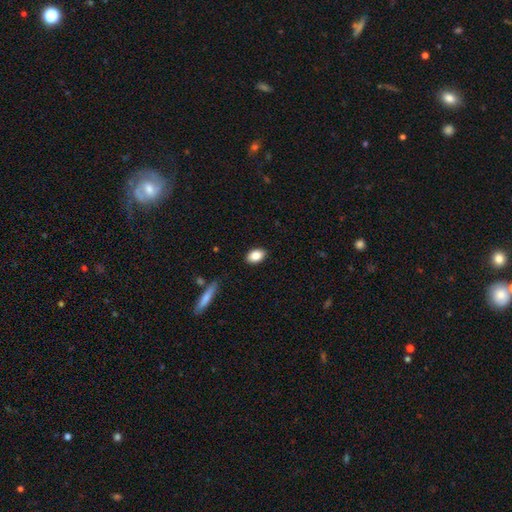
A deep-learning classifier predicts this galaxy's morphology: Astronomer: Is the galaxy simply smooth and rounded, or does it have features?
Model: smooth — 85%.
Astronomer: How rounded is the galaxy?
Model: in between — 88%.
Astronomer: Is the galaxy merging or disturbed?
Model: none — 89%.